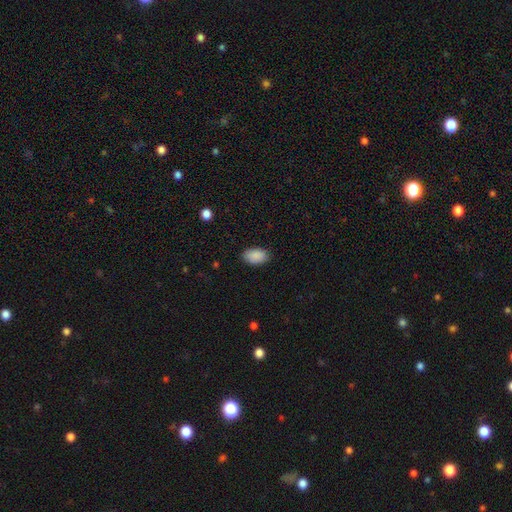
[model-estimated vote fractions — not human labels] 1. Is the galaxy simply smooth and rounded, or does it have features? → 90% smooth, 7% star or artifact, 3% featured or disk.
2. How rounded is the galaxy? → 93% in between, 6% round, 1% cigar-shaped.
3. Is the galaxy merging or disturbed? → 87% none, 9% minor disturbance, 2% major disturbance, 1% merger.